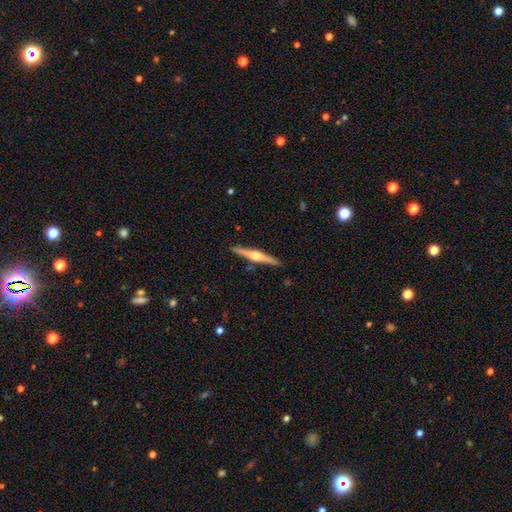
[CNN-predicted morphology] This is likely a featured or disk galaxy (76%). It is clearly viewed edge-on (98%). Edge-on bulge: clearly rounded (89%). Merging: clearly none (90%).